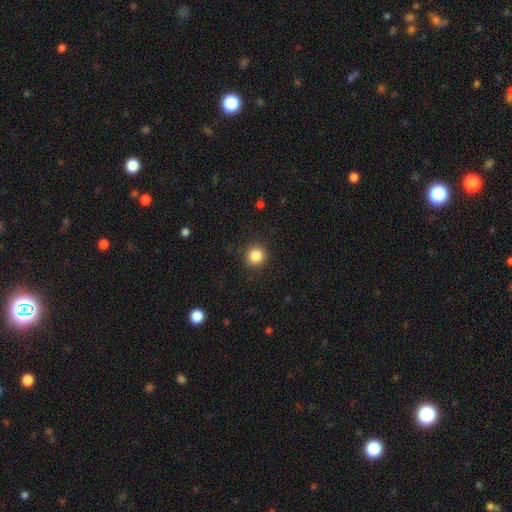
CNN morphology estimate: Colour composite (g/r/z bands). It shows a smooth galaxy with no disk features (86%) that is round (92%). Merging: none (91%).